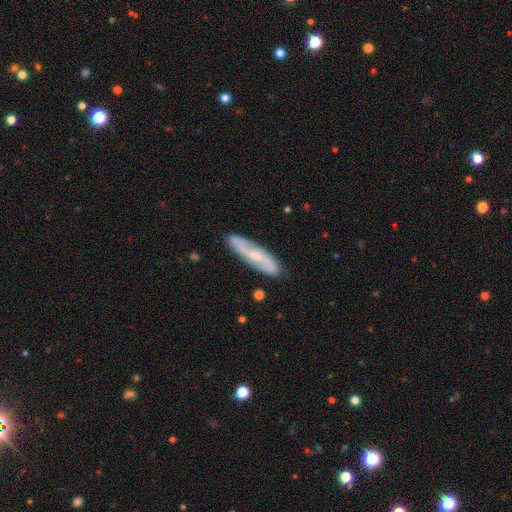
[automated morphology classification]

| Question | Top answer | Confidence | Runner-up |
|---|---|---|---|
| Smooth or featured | featured or disk | 67% | smooth (27%) |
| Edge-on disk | no | 76% | yes (24%) |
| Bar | no | 42% | weak (41%) |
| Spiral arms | yes | 90% | no (10%) |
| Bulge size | small | 57% | moderate (30%) |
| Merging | none | 85% | minor disturbance (11%) |